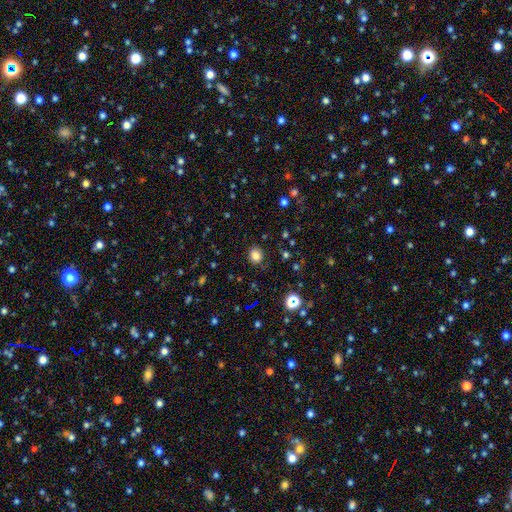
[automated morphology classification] Overall: smooth (81%). How rounded: round (73%). Merging: none (86%).